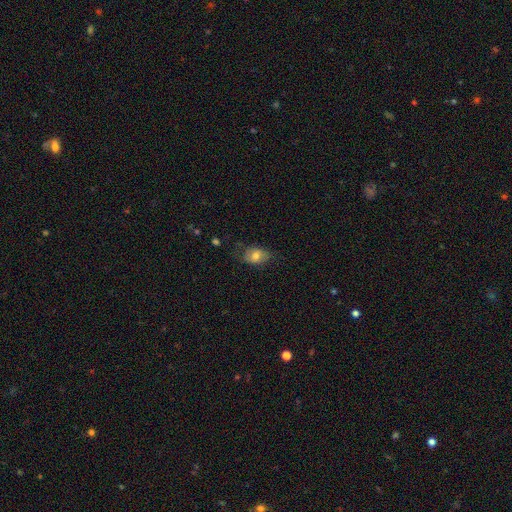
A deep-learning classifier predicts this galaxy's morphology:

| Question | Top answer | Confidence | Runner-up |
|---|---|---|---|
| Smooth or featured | smooth | 72% | featured or disk (19%) |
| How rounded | in between | 77% | round (21%) |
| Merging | none | 62% | minor disturbance (27%) |